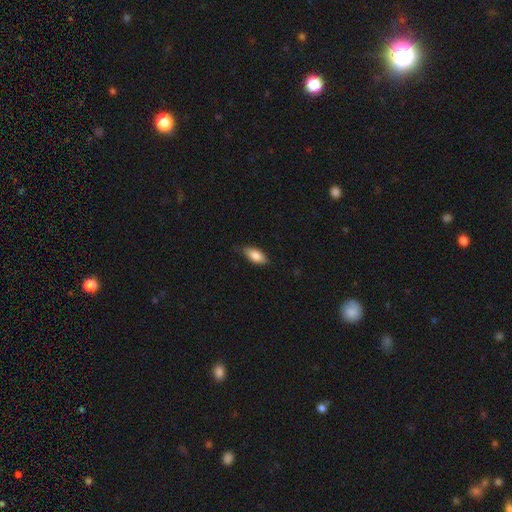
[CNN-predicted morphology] This is clearly a smooth galaxy (83%). How rounded: clearly in between (85%). Merging: likely none (79%).